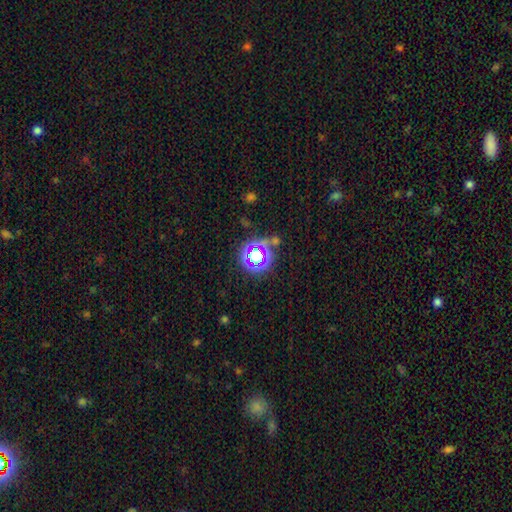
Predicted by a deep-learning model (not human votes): This appears to be a star or artifact, not a galaxy (59%).